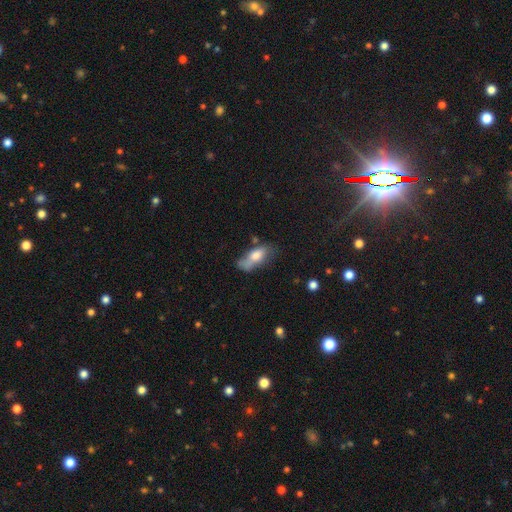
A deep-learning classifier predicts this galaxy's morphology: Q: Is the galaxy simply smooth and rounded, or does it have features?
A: smooth — 66%.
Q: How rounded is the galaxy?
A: in between — 79%.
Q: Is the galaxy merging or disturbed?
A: none — 38%.